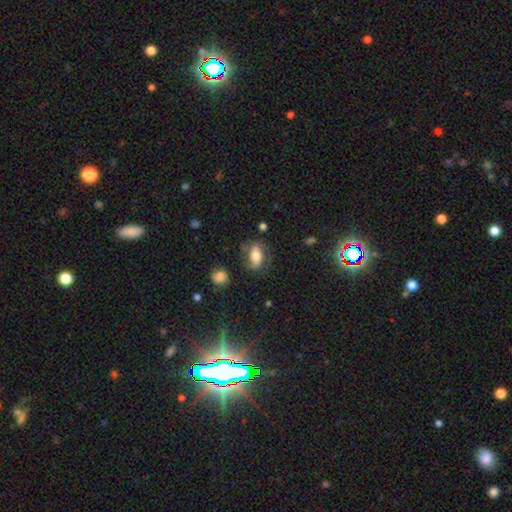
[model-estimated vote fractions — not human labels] Smooth or featured? featured or disk (55%)
Edge-on disk? no (92%)
Bar? no (37%)
Spiral arms? yes (83%)
Bulge size? moderate (54%)
Merging? none (65%)